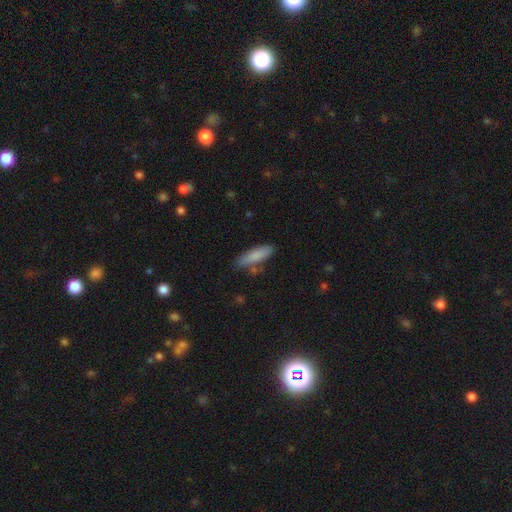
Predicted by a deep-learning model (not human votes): Q: Smooth or featured?
A: smooth (84%); runner-up: featured or disk (9%)
Q: How rounded?
A: in between (50%); runner-up: cigar-shaped (48%)
Q: Merging?
A: none (73%); runner-up: minor disturbance (18%)